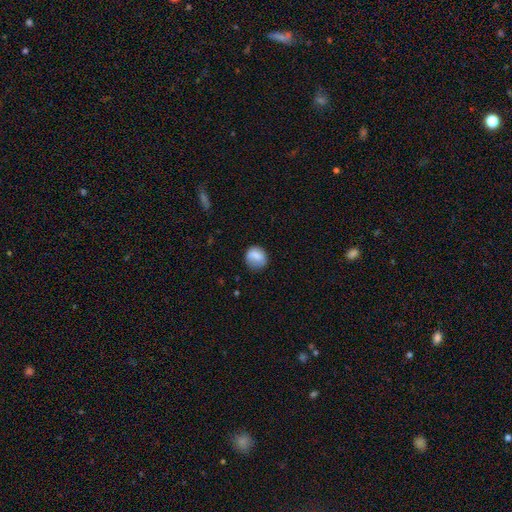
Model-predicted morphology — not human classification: Smooth or featured? smooth (78%)
How rounded? round (77%)
Merging? none (69%)